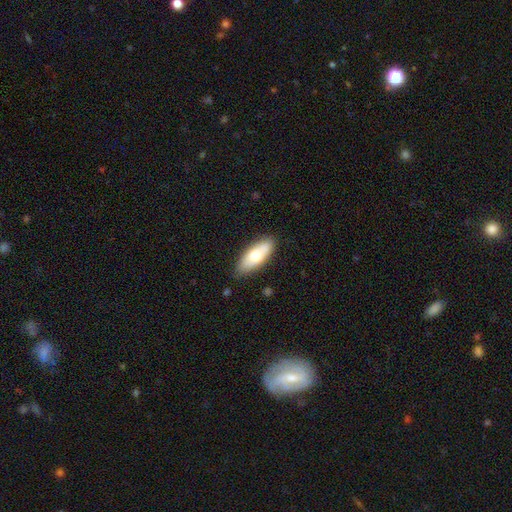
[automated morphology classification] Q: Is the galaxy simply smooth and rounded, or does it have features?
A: smooth — 67%.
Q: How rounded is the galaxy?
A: in between — 75%.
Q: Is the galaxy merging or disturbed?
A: none — 84%.